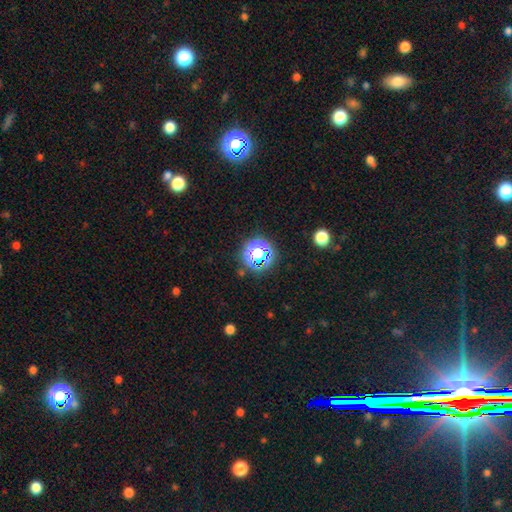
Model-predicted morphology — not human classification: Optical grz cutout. It shows a star or artifact, not a galaxy (52%).